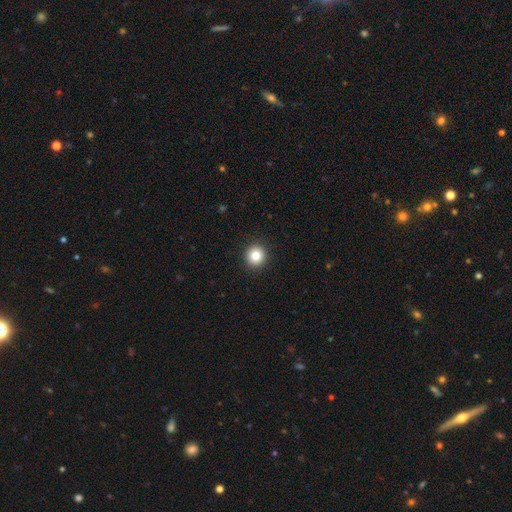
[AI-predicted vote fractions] Morphology: type=smooth (82%); roundness=round (93%); merging=none (93%).